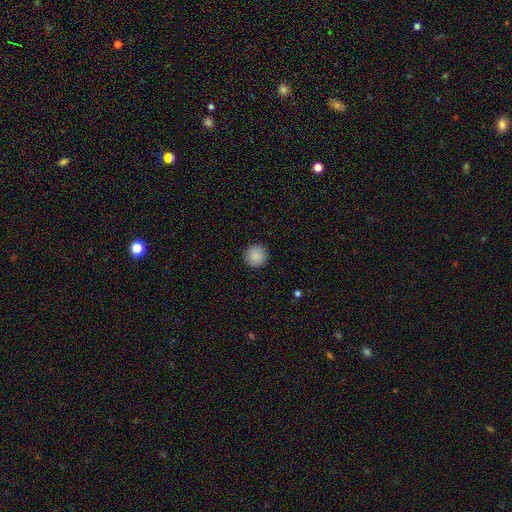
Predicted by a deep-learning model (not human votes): This appears to be a smooth galaxy with no disk features (87%) that is round (96%). Merging: none (93%).